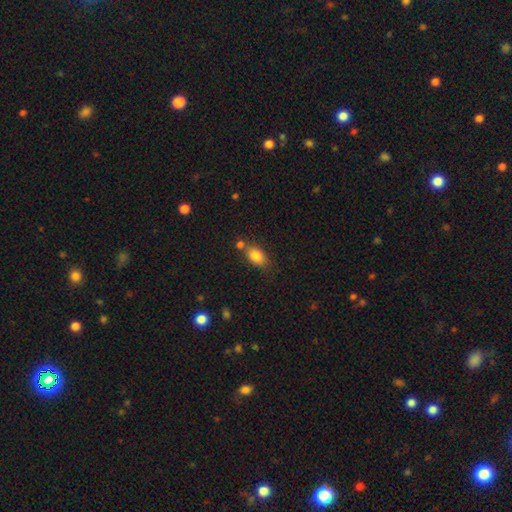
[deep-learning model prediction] Smooth or featured: smooth — 84% (star or artifact — 9%)
How rounded: in between — 82% (round — 15%)
Merging: none — 61% (minor disturbance — 19%)